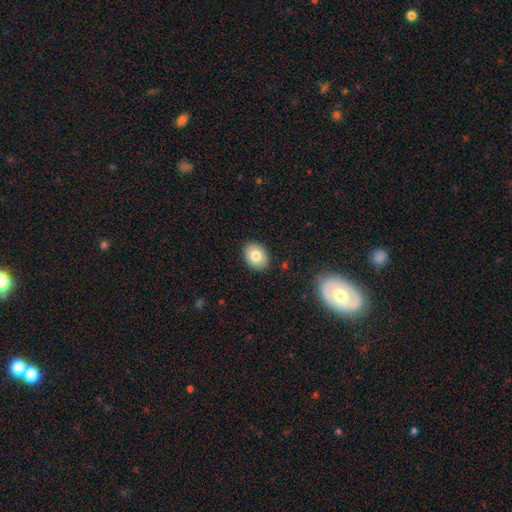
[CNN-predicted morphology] smooth 81%, featured or disk 11%, star or artifact 8%. Down the decision tree: how rounded — in between (63%); merging — none (89%).